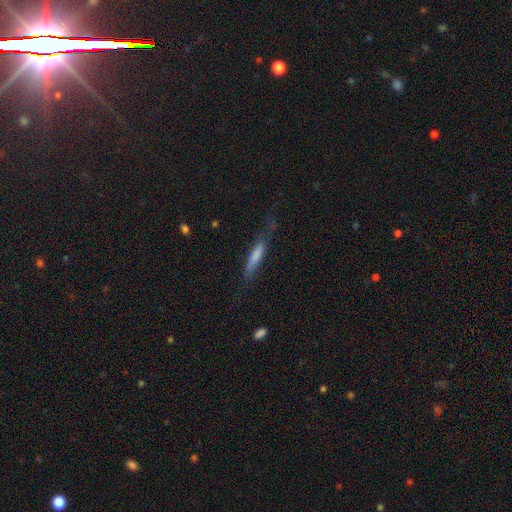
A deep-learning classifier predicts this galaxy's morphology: Overall: smooth (68%). How rounded: cigar-shaped (83%). Merging: none (54%; minor disturbance 26%).